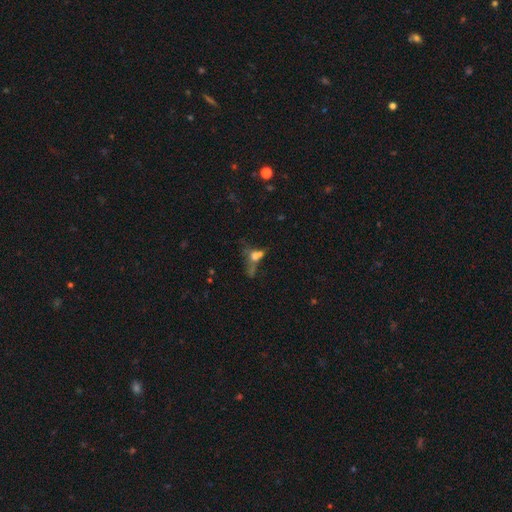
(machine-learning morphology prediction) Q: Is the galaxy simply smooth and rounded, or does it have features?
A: smooth — 45%.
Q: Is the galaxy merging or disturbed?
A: merger — 42%.